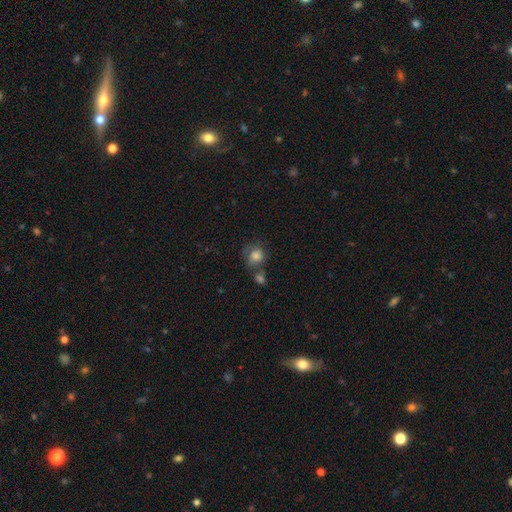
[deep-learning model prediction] Smooth or featured: smooth — 71% (featured or disk — 19%)
How rounded: round — 74% (in between — 25%)
Merging: none — 41% (merger — 26%)